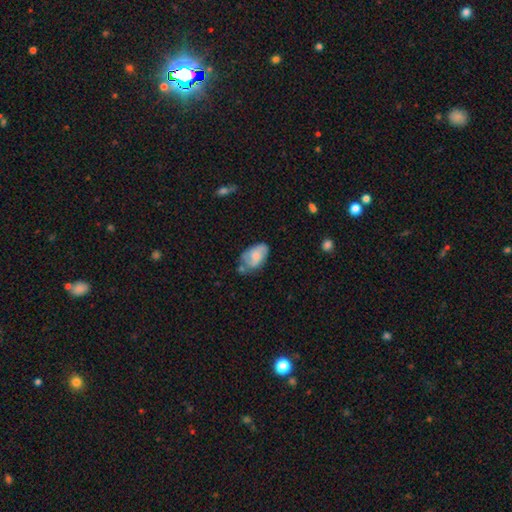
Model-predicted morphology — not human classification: Smooth or featured?
  - smooth: 55% *
  - featured or disk: 38%
  - star or artifact: 7%
How rounded?
  - in between: 91% *
  - round: 7%
  - cigar-shaped: 2%
Merging?
  - none: 47% *
  - minor disturbance: 33%
  - major disturbance: 12%
  - merger: 8%